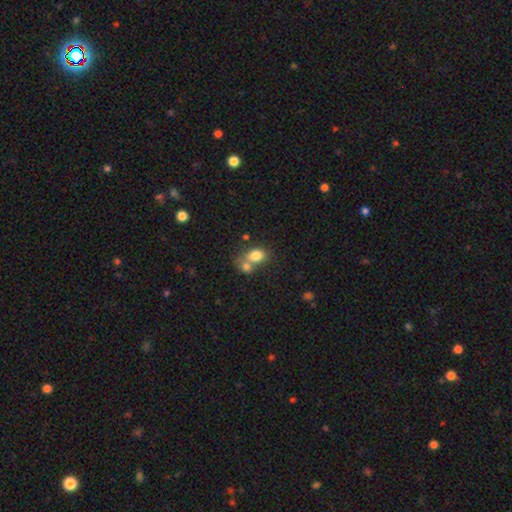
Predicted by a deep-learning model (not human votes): Smooth or featured? smooth (79%)
How rounded? in between (62%)
Merging? merger (57%)